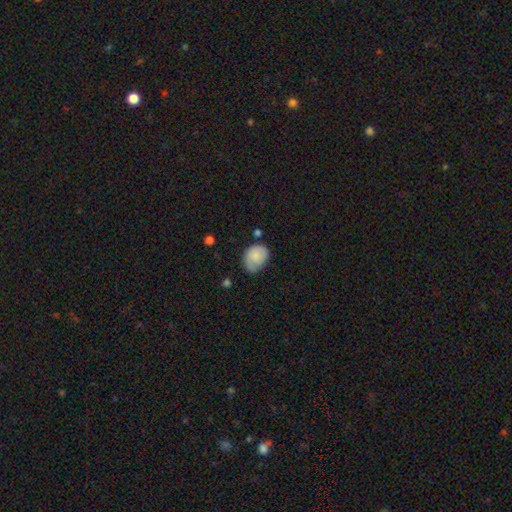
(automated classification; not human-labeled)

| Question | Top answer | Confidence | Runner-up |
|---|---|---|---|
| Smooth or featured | smooth | 76% | featured or disk (17%) |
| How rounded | in between | 60% | round (39%) |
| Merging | none | 49% | minor disturbance (36%) |